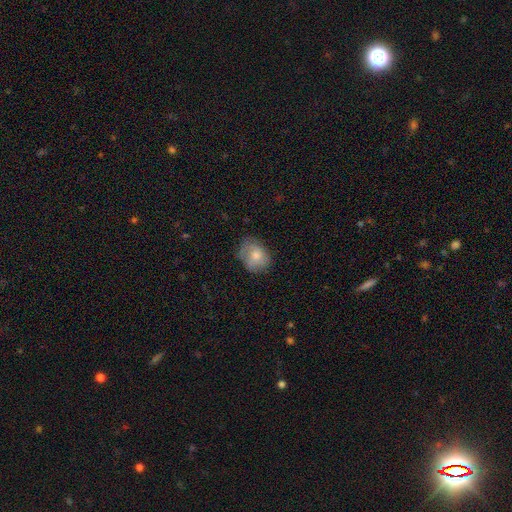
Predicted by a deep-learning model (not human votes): Smooth or featured? Predicted: smooth (p=0.62). How rounded? Predicted: in between (p=0.53). Merging? Predicted: none (p=0.61).